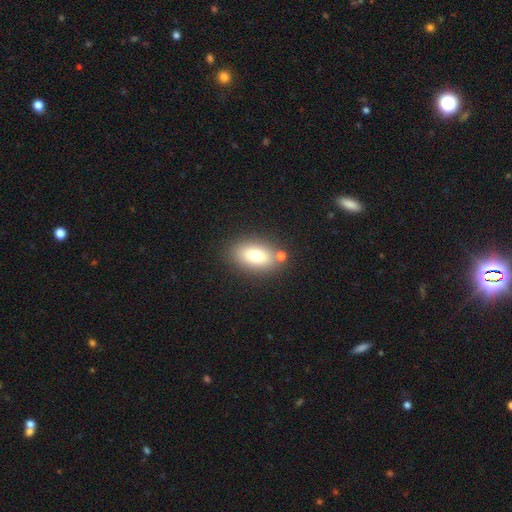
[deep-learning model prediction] Smooth or featured? smooth (77%)
How rounded? in between (88%)
Merging? none (77%)